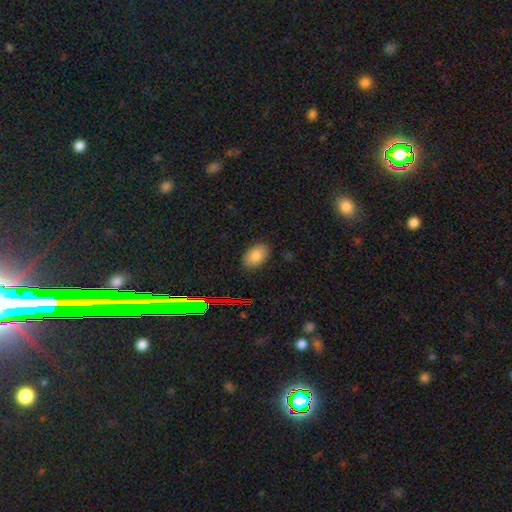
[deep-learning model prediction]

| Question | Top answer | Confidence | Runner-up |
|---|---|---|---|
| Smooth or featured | smooth | 79% | star or artifact (11%) |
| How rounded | in between | 87% | round (12%) |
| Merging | none | 87% | minor disturbance (9%) |